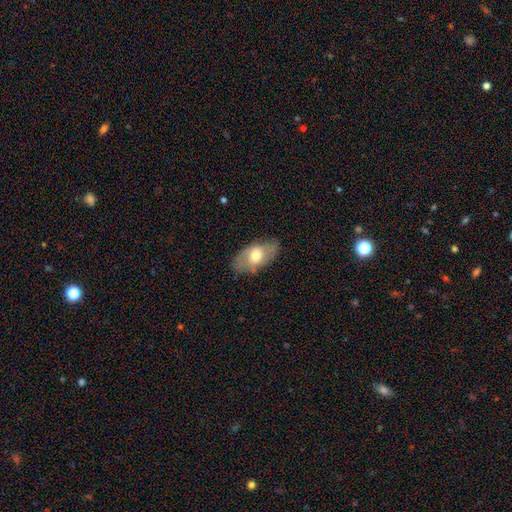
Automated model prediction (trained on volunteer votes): Smooth or featured?
  - smooth: 56% *
  - featured or disk: 38%
  - star or artifact: 6%
How rounded?
  - in between: 92% *
  - round: 5%
  - cigar-shaped: 3%
Merging?
  - none: 77% *
  - minor disturbance: 18%
  - major disturbance: 4%
  - merger: 1%